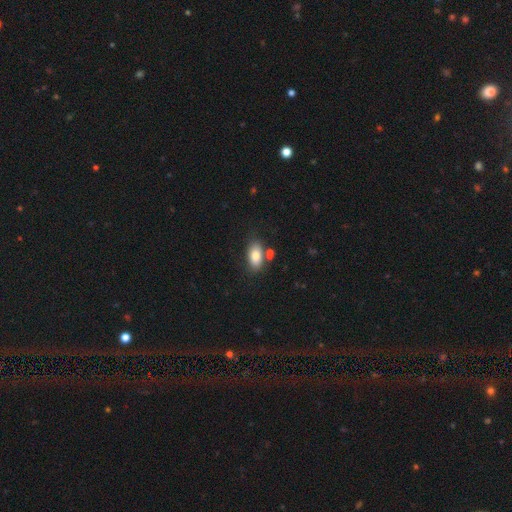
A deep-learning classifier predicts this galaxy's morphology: This is likely a smooth galaxy (80%). How rounded: clearly in between (91%). Merging: likely none (67%).